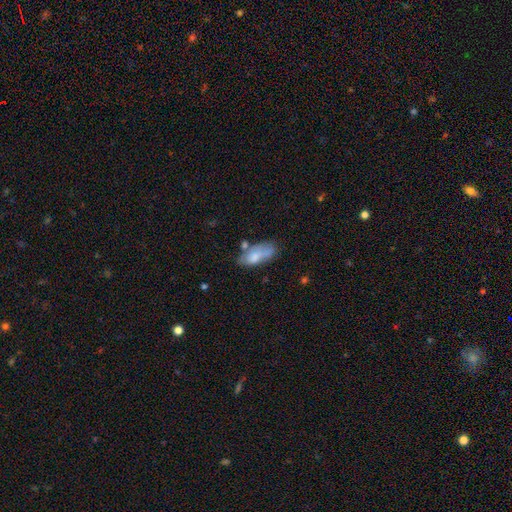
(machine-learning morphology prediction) The model was most divided on "merging": none: 46%, minor disturbance: 28%, merger: 14%, major disturbance: 12%. More confident: how rounded — in between (85%); smooth or featured — smooth (69%).